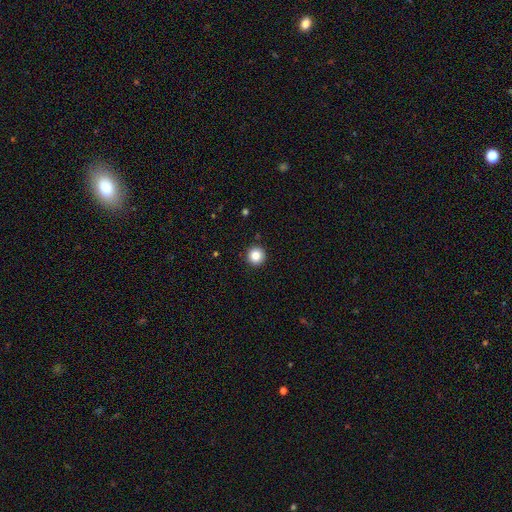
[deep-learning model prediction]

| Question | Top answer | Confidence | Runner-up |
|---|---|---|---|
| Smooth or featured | smooth | 85% | star or artifact (10%) |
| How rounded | round | 96% | in between (3%) |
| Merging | none | 93% | minor disturbance (5%) |